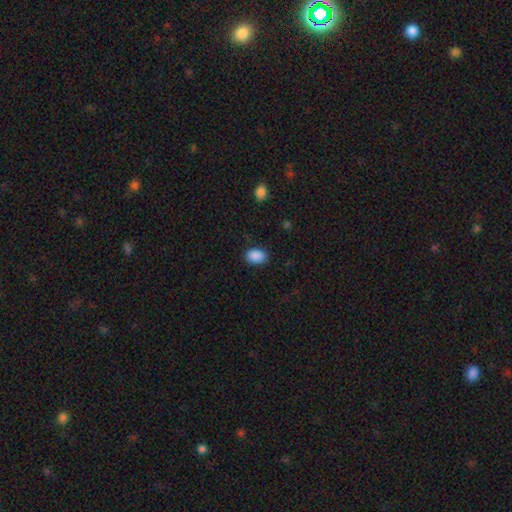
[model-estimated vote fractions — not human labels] Smooth or featured?
  - smooth: 89% *
  - star or artifact: 8%
  - featured or disk: 3%
How rounded?
  - in between: 80% *
  - round: 19%
  - cigar-shaped: 1%
Merging?
  - none: 85% *
  - minor disturbance: 11%
  - major disturbance: 3%
  - merger: 1%